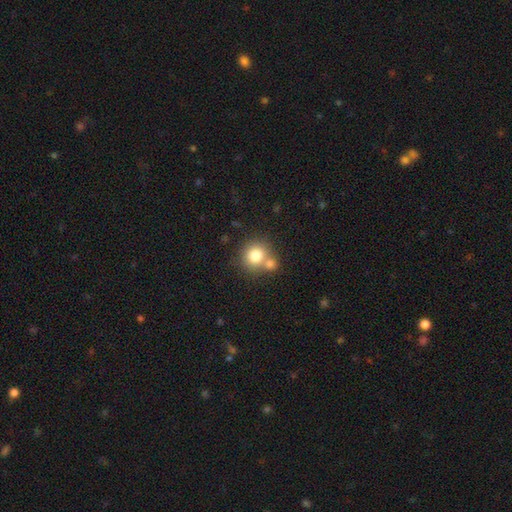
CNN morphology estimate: smooth_or_featured: smooth (p=0.78) [alt: featured or disk p=0.11]
how_rounded: round (p=0.87) [alt: in between p=0.12]
merging: none (p=0.52) [alt: merger p=0.36]